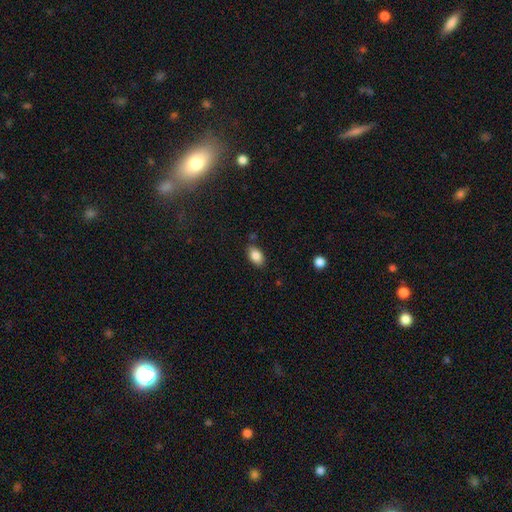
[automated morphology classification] smooth_or_featured: smooth (p=0.86) [alt: star or artifact p=0.08]
how_rounded: in between (p=0.90) [alt: round p=0.09]
merging: none (p=0.82) [alt: minor disturbance p=0.12]